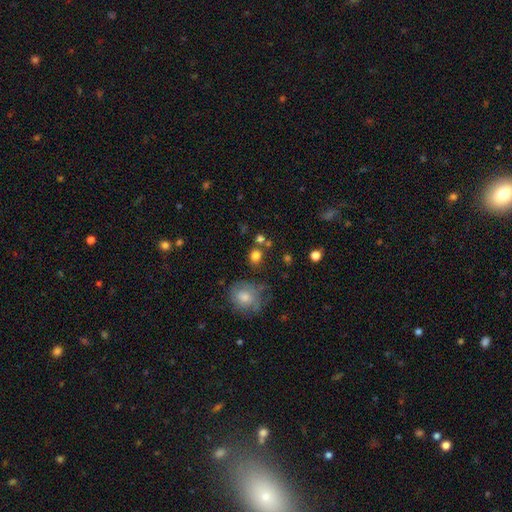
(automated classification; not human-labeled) The model was most divided on "how rounded": round: 78%, in between: 21%, cigar-shaped: 1%. More confident: smooth or featured — smooth (80%); merging — none (71%).